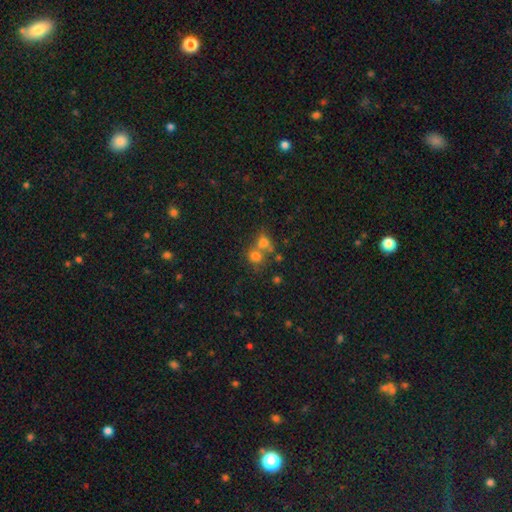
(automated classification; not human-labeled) smooth_or_featured: smooth (p=0.68) [alt: star or artifact p=0.18]
how_rounded: round (p=0.76) [alt: in between p=0.23]
merging: merger (p=0.52) [alt: none p=0.37]